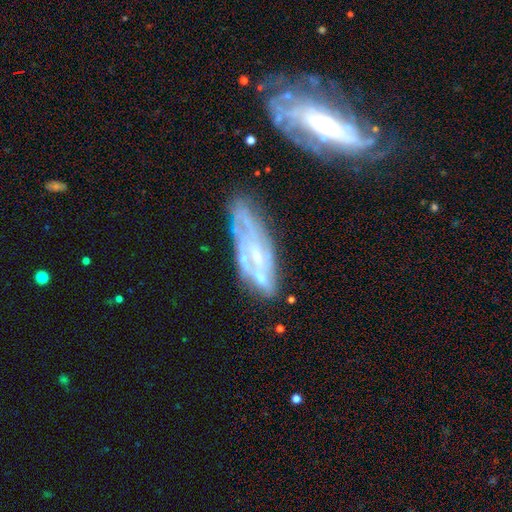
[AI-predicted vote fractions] A featured or disk galaxy (70%) with no bar (70%), spiral arms (52%) and a small central bulge (61%). Merging: none (56%).